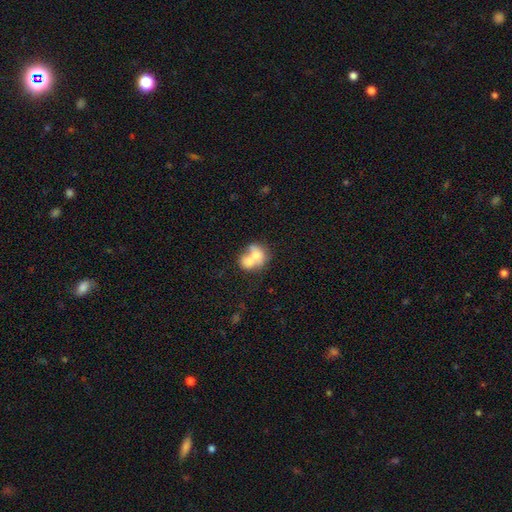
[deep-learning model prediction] smooth_or_featured: smooth (p=0.66) [alt: featured or disk p=0.26]
how_rounded: round (p=0.50) [alt: in between p=0.49]
merging: merger (p=0.71) [alt: none p=0.18]